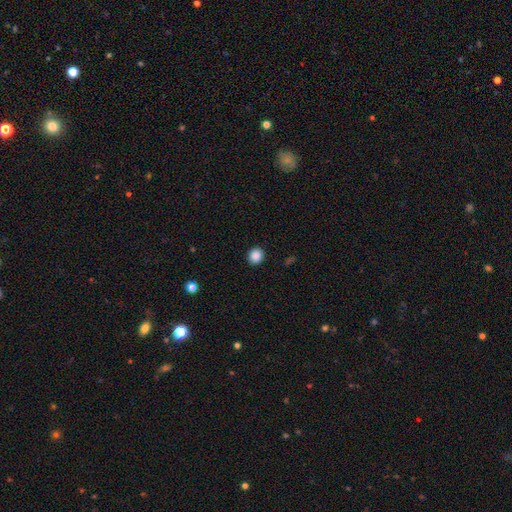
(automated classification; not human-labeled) Smooth or featured?
  - smooth: 88% *
  - star or artifact: 10%
  - featured or disk: 2%
How rounded?
  - round: 85% *
  - in between: 14%
  - cigar-shaped: 1%
Merging?
  - none: 92% *
  - minor disturbance: 6%
  - major disturbance: 2%
  - merger: 1%